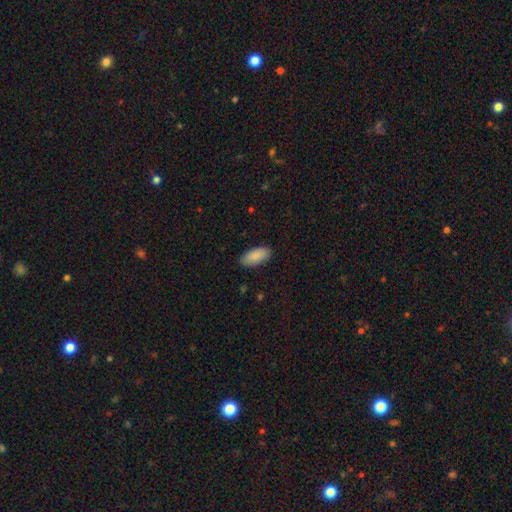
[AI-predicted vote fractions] Morphology: type=smooth (89%); roundness=in between (91%); merging=none (88%).